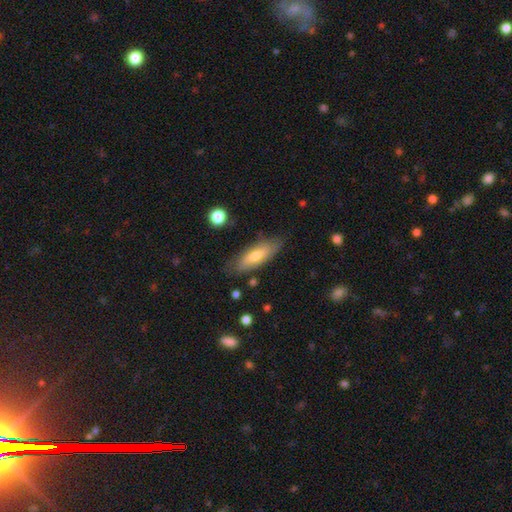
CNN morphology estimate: This is possibly a smooth galaxy (58%). How rounded: possibly in between (57%). Merging: likely none (78%).